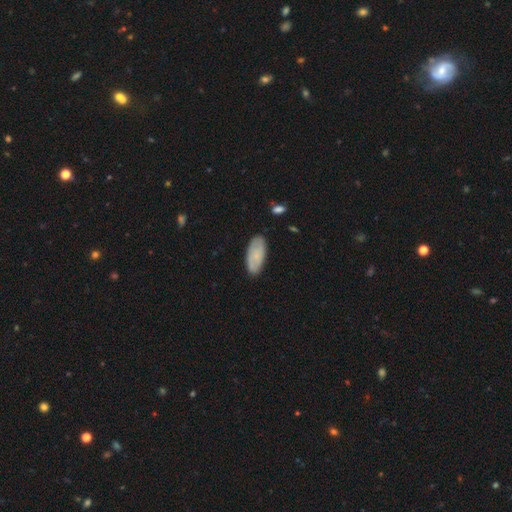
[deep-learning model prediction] Morphology: type=smooth (66%); roundness=in between (89%); merging=none (82%).